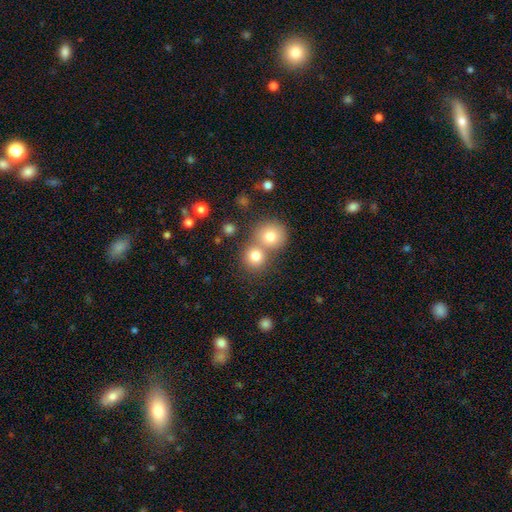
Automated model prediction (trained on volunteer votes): smooth 78%, star or artifact 13%, featured or disk 9%. Down the decision tree: how rounded — round (87%); merging — none (52%).